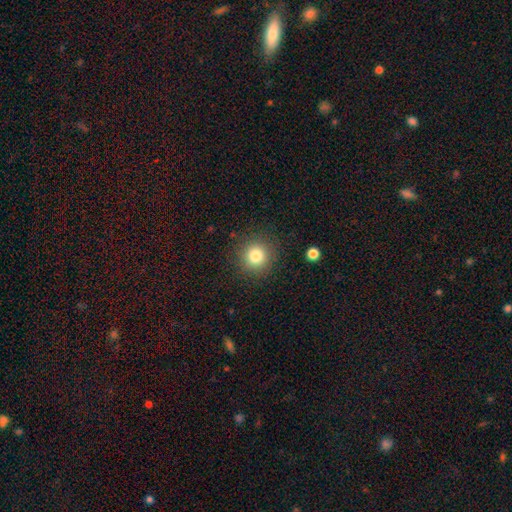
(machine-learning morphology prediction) The model was most divided on "smooth or featured": smooth: 80%, star or artifact: 12%, featured or disk: 7%. More confident: how rounded — round (93%); merging — none (89%).